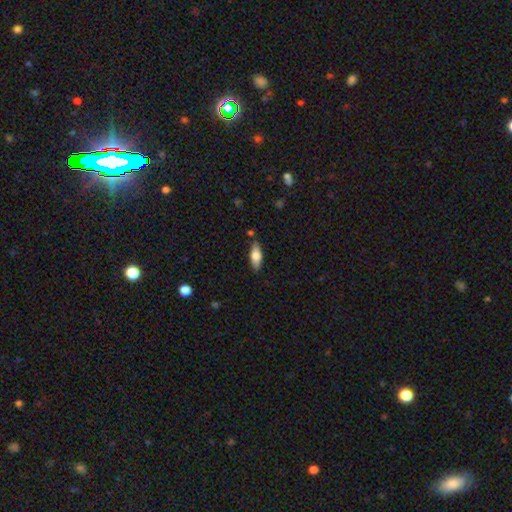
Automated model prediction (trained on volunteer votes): Smooth or featured: smooth — 69% (featured or disk — 25%)
How rounded: in between — 71% (cigar-shaped — 27%)
Merging: none — 84% (minor disturbance — 11%)